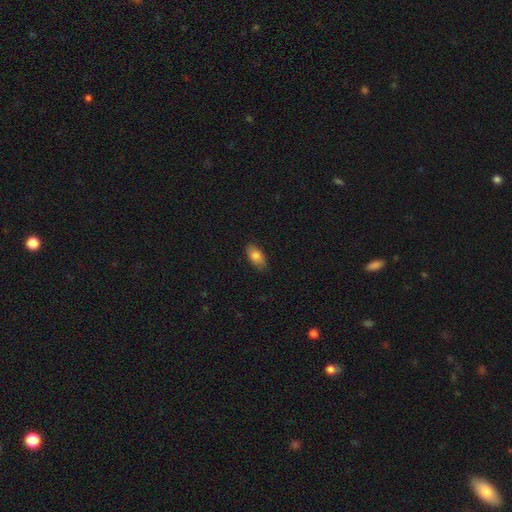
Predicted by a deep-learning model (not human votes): The model was most divided on "smooth or featured": smooth: 82%, featured or disk: 11%, star or artifact: 7%. More confident: how rounded — in between (91%); merging — none (84%).